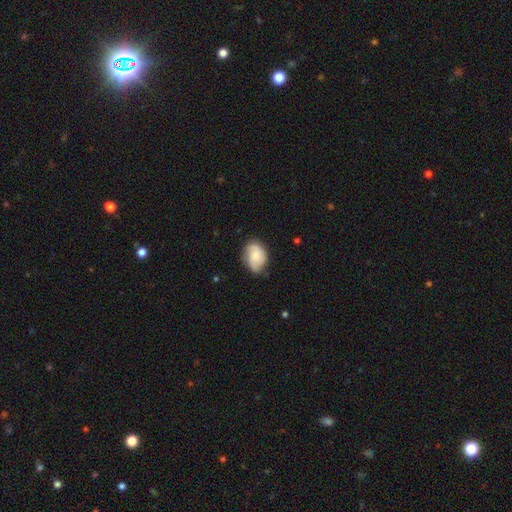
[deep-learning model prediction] Smooth or featured?
  - smooth: 63% *
  - featured or disk: 30%
  - star or artifact: 7%
How rounded?
  - in between: 78% *
  - round: 21%
  - cigar-shaped: 1%
Merging?
  - none: 66% *
  - minor disturbance: 27%
  - major disturbance: 6%
  - merger: 1%